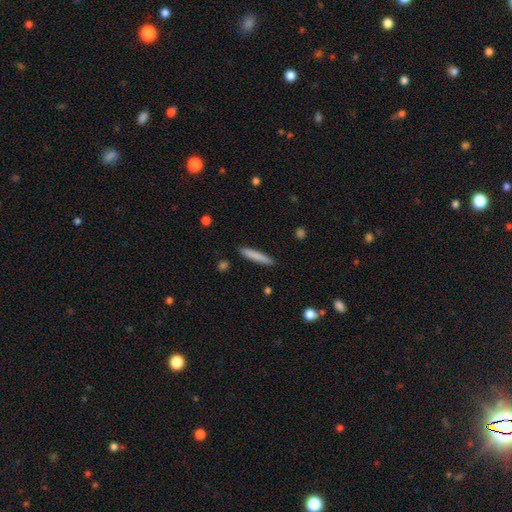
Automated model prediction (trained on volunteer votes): Morphology: type=smooth (81%); roundness=cigar-shaped (93%); merging=none (90%).